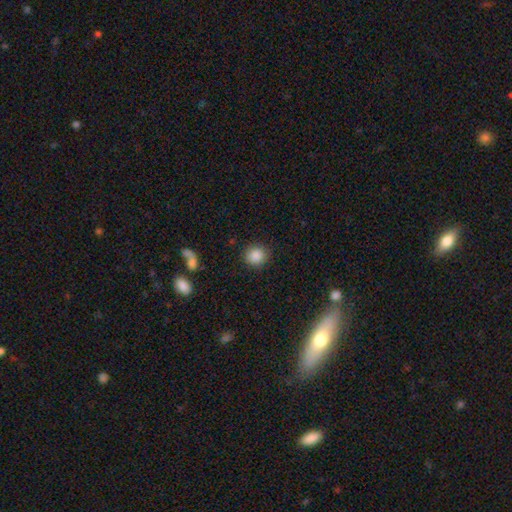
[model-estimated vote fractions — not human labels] Smooth or featured: smooth — 87% (star or artifact — 9%)
How rounded: round — 86% (in between — 13%)
Merging: none — 88% (minor disturbance — 7%)